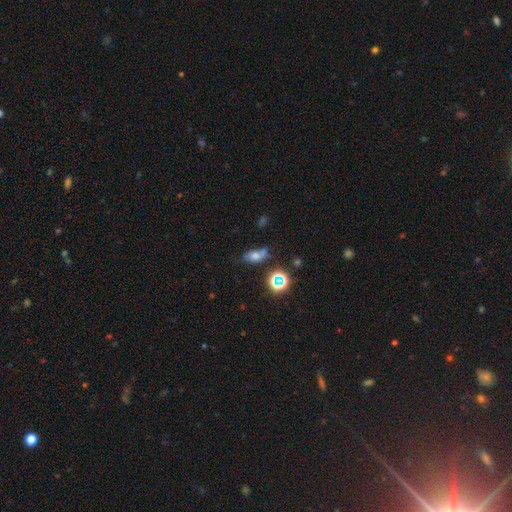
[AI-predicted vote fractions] Overall: smooth (51%; star or artifact 28%). How rounded: in between (74%). Merging: none (50%; minor disturbance 24%).